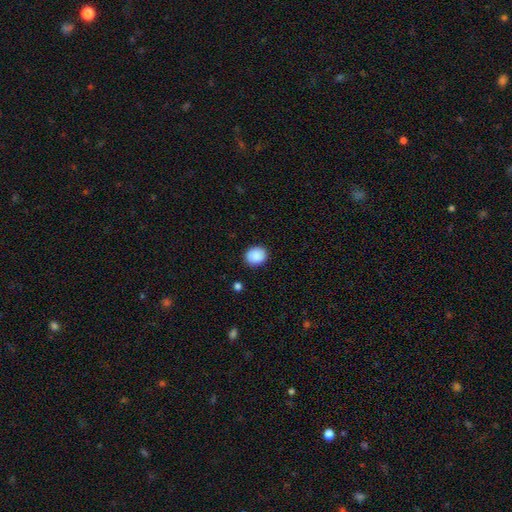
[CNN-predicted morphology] smooth 89%, star or artifact 8%, featured or disk 3%. Down the decision tree: how rounded — round (67%); merging — none (88%).